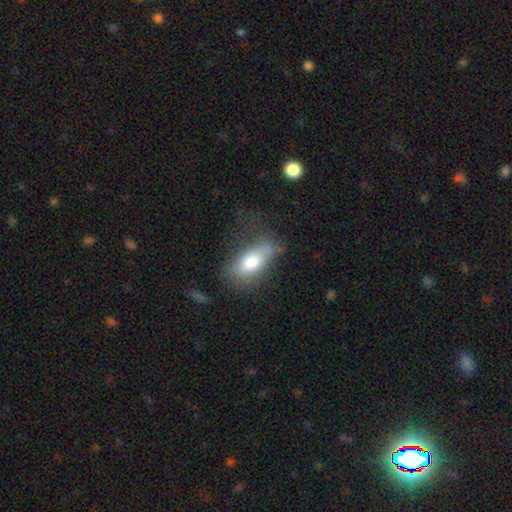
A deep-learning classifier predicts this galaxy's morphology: Smooth or featured? smooth (74%)
How rounded? in between (86%)
Merging? none (54%)